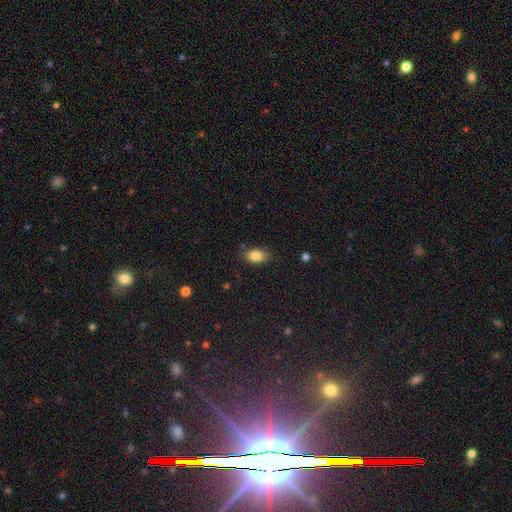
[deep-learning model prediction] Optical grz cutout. It shows a smooth galaxy with no disk features (84%) that is in between round and cigar-shaped (88%). Merging: none (82%).